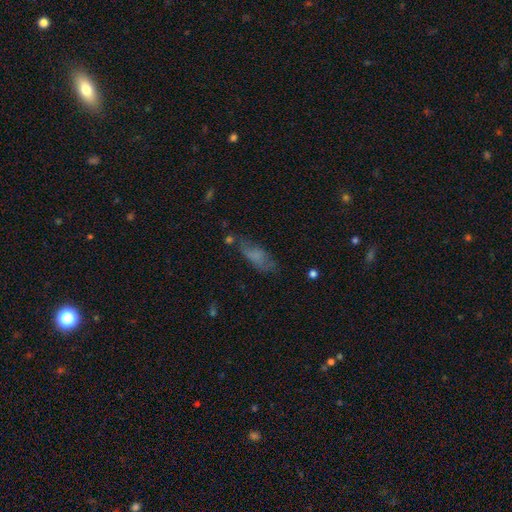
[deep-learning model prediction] Smooth or featured? Predicted: smooth (p=0.64). How rounded? Predicted: in between (p=0.62). Merging? Predicted: none (p=0.53).